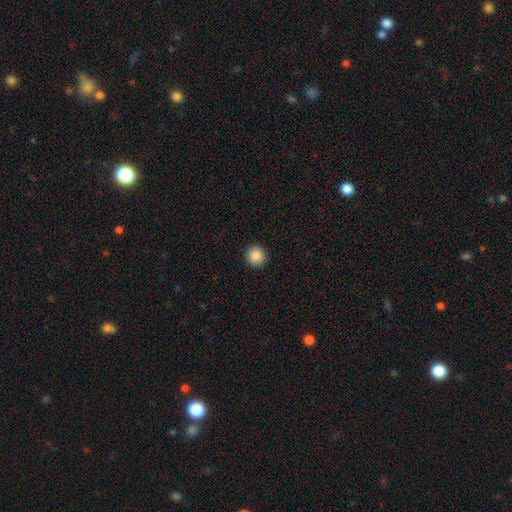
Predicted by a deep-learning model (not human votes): Morphology: type=smooth (87%); roundness=round (94%); merging=none (93%).